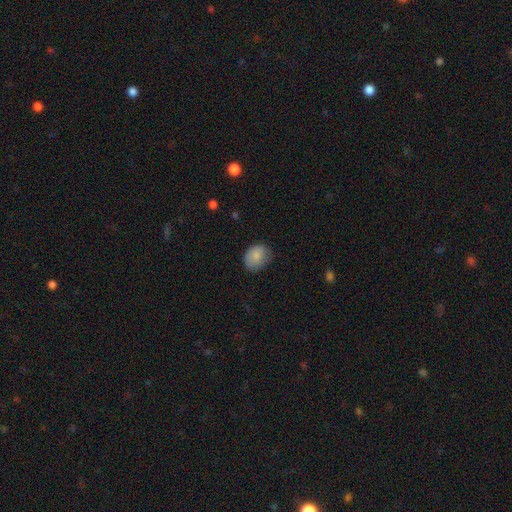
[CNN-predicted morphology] The model was most divided on "how rounded": in between: 54%, round: 46%, cigar-shaped: 1%. More confident: smooth or featured — smooth (84%); merging — none (68%).